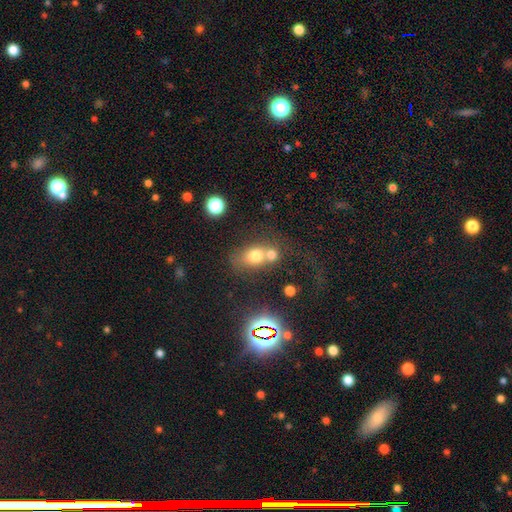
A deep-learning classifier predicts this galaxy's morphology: smooth 70%, featured or disk 15%, star or artifact 15%. Down the decision tree: how rounded — round (51%); merging — merger (55%).